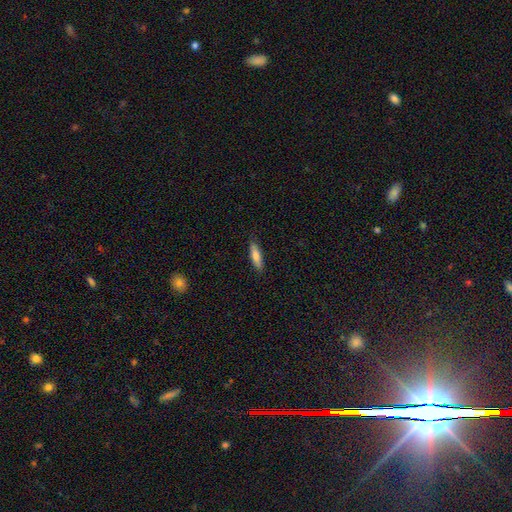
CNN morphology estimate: smooth_or_featured: smooth (p=0.75) [alt: featured or disk p=0.19]
how_rounded: cigar-shaped (p=0.67) [alt: in between p=0.31]
merging: none (p=0.86) [alt: minor disturbance p=0.11]